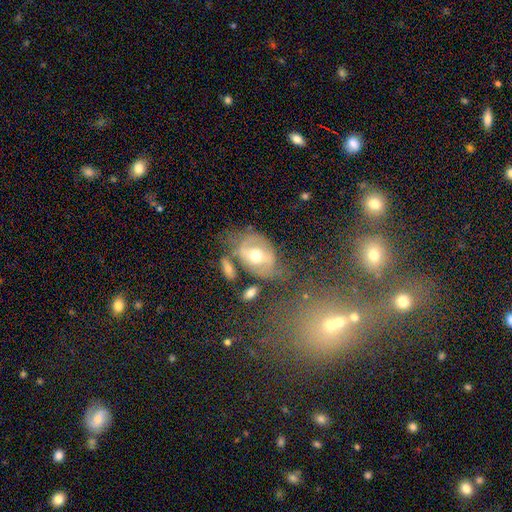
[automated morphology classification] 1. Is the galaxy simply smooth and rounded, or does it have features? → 60% featured or disk, 32% smooth, 8% star or artifact.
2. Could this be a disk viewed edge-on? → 92% no, 8% yes.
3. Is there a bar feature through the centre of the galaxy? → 37% no, 36% weak, 28% strong.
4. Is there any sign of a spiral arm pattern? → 54% no, 46% yes.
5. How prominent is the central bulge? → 75% moderate, 12% large, 11% small, 1% dominant, 1% none.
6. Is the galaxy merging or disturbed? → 48% none, 23% minor disturbance, 17% major disturbance, 13% merger.